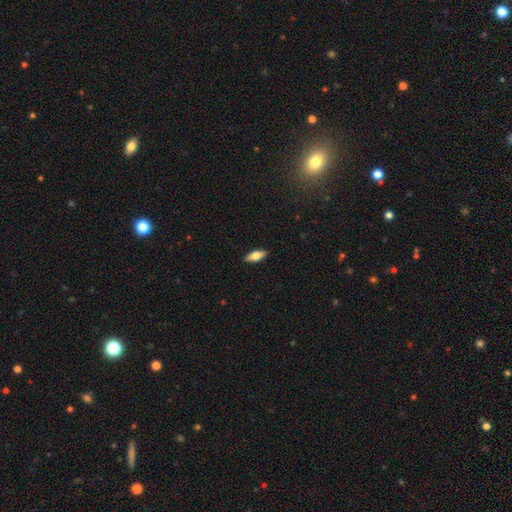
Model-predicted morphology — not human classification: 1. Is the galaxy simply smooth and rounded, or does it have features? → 63% smooth, 31% featured or disk, 6% star or artifact.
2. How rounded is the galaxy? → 69% in between, 28% cigar-shaped, 3% round.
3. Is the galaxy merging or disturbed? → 89% none, 8% minor disturbance, 2% major disturbance, 1% merger.